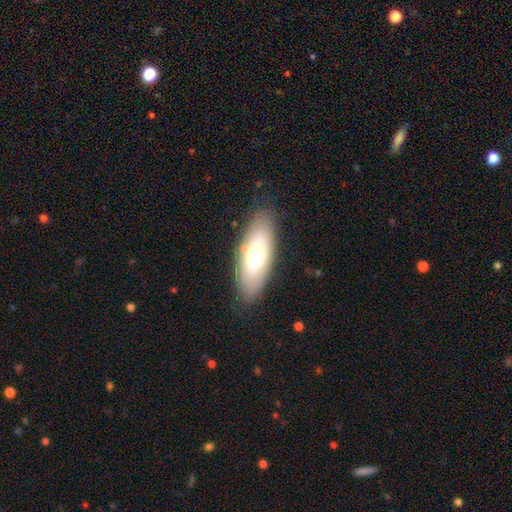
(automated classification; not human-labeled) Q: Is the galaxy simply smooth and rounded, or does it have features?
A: smooth — 66%.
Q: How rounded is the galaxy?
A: in between — 74%.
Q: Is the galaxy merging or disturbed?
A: none — 83%.